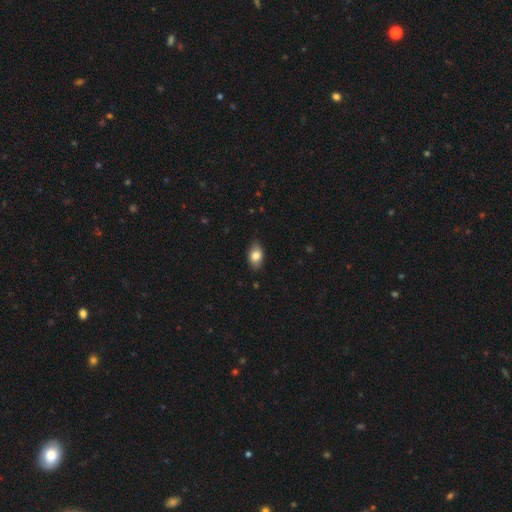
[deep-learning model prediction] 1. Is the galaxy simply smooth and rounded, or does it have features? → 80% smooth, 13% featured or disk, 7% star or artifact.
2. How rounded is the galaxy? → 90% in between, 8% round, 2% cigar-shaped.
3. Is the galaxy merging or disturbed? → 84% none, 13% minor disturbance, 2% major disturbance, 1% merger.